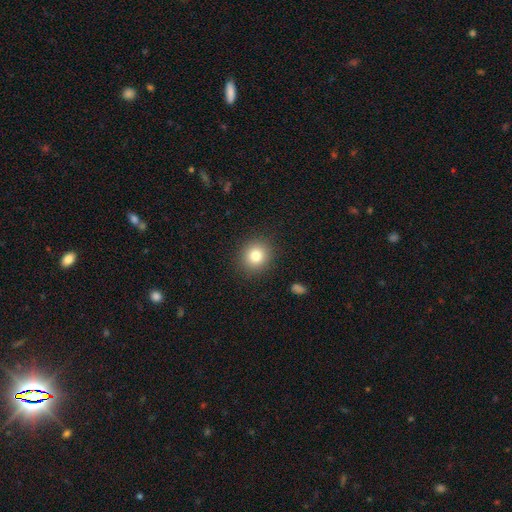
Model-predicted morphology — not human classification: The model was most divided on "smooth or featured": smooth: 80%, star or artifact: 11%, featured or disk: 8%. More confident: merging — none (89%); how rounded — round (84%).